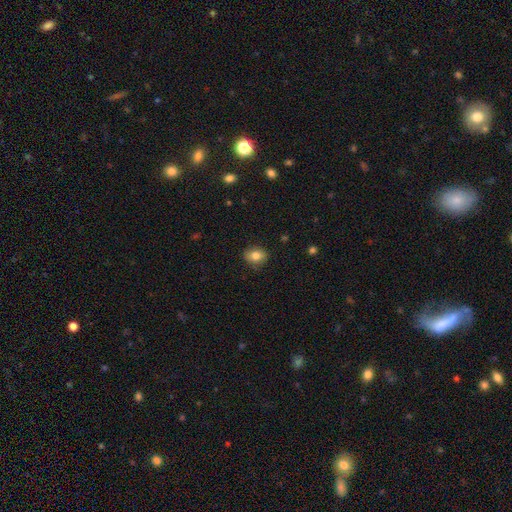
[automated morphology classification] smooth 81%, featured or disk 10%, star or artifact 9%. Down the decision tree: how rounded — in between (50%); merging — none (82%).